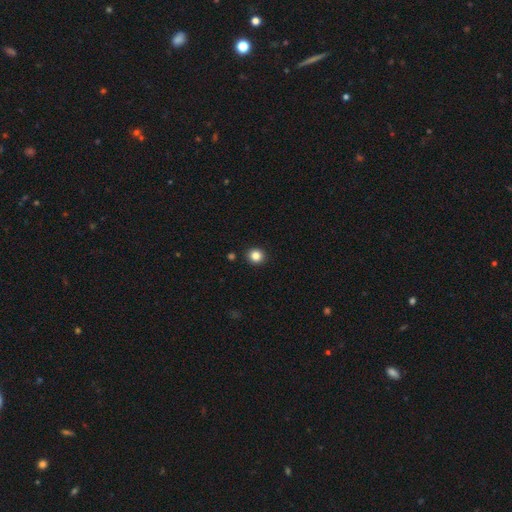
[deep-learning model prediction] A smooth galaxy with no disk features (84%) that is round (87%). Merging: none (92%).